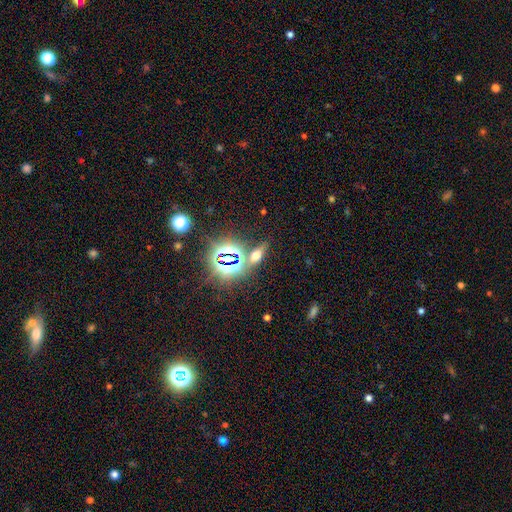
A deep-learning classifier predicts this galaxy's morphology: This is marginally a smooth galaxy (42%). Merging: likely none (75%).